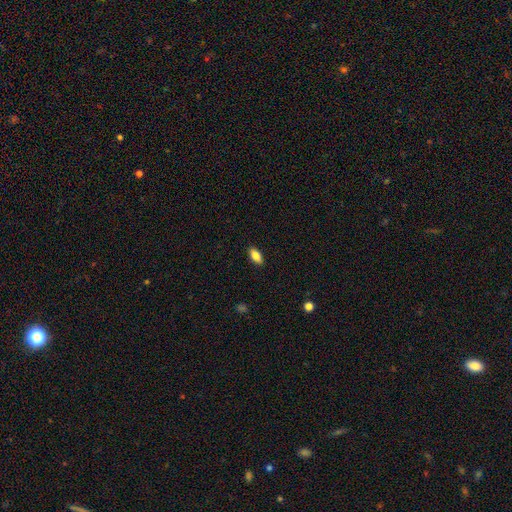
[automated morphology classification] The model was most divided on "smooth or featured": smooth: 83%, featured or disk: 9%, star or artifact: 7%. More confident: merging — none (89%); how rounded — in between (87%).